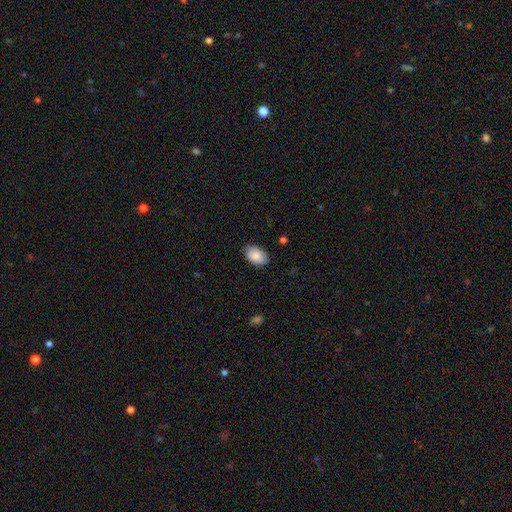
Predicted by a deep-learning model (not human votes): Morphology: type=smooth (86%); roundness=in between (91%); merging=none (85%).